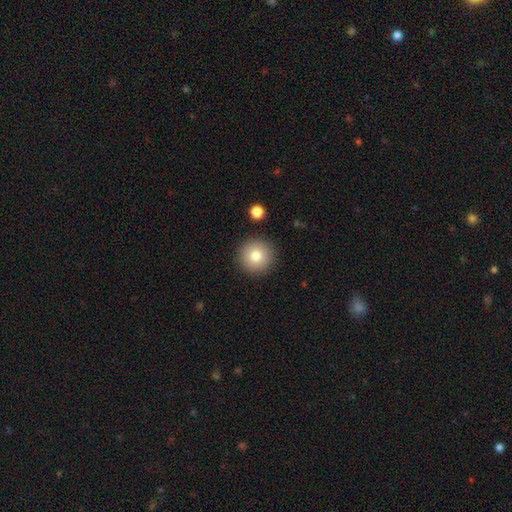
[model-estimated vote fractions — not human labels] Morphology: type=smooth (79%); roundness=round (96%); merging=none (91%).